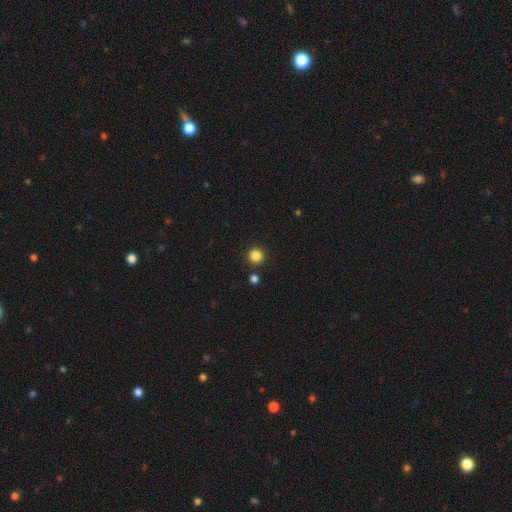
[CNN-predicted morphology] smooth 84%, star or artifact 12%, featured or disk 4%. Down the decision tree: how rounded — round (95%); merging — none (90%).